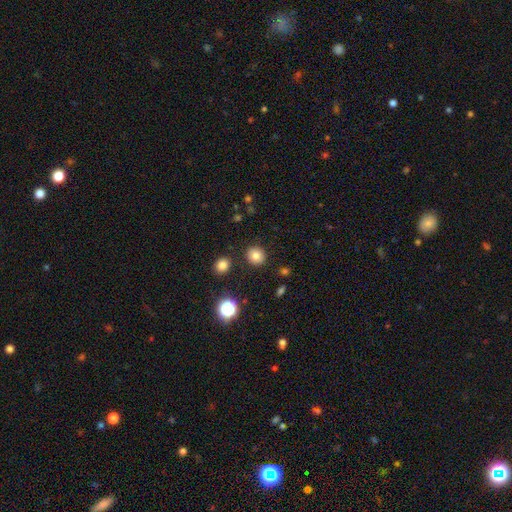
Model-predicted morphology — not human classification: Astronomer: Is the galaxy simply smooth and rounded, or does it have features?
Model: smooth — 80%.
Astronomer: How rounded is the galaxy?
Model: round — 85%.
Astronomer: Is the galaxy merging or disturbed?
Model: none — 89%.